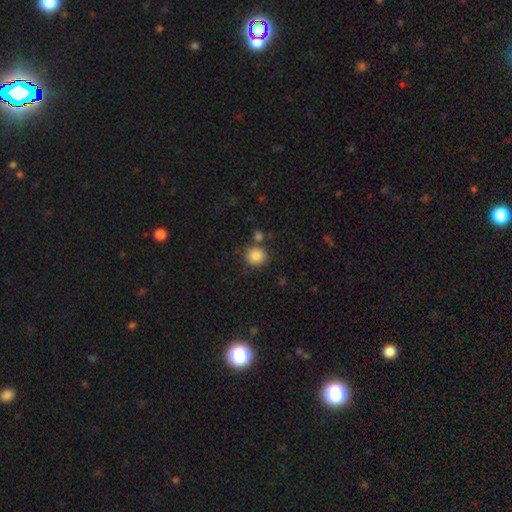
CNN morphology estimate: smooth-or-featured: smooth: 87% | star or artifact: 9% | featured or disk: 4%
  how-rounded: round: 88% | in between: 11% | cigar-shaped: 1%
  merging: none: 74% | merger: 11% | minor disturbance: 11% | major disturbance: 4%